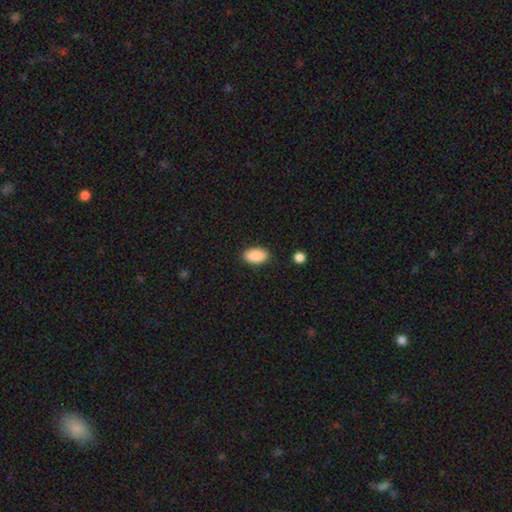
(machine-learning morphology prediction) Overall: smooth (90%). How rounded: in between (94%). Merging: none (87%).